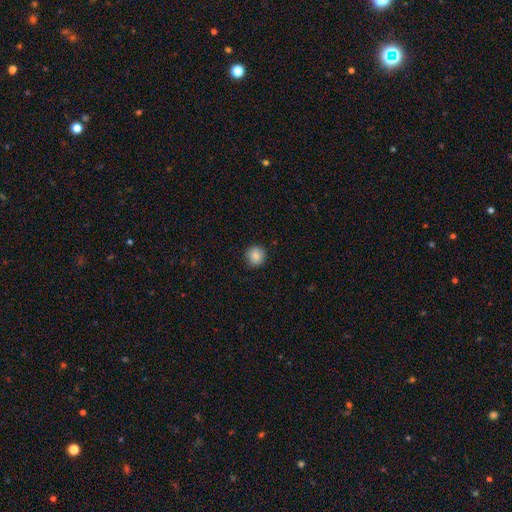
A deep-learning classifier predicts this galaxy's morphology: smooth 87%, star or artifact 9%, featured or disk 4%. Down the decision tree: how rounded — round (92%); merging — none (89%).